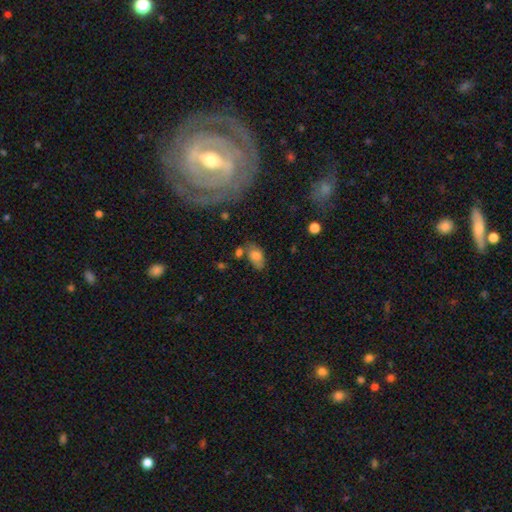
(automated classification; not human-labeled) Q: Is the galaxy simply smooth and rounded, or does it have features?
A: smooth — 75%.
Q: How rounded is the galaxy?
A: in between — 91%.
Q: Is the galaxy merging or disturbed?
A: none — 54%.